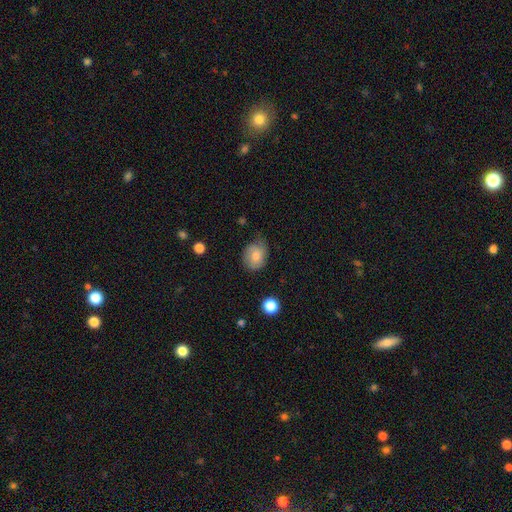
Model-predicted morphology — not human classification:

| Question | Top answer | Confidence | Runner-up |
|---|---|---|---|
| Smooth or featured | smooth | 74% | featured or disk (18%) |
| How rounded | in between | 54% | round (45%) |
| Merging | none | 60% | minor disturbance (30%) |